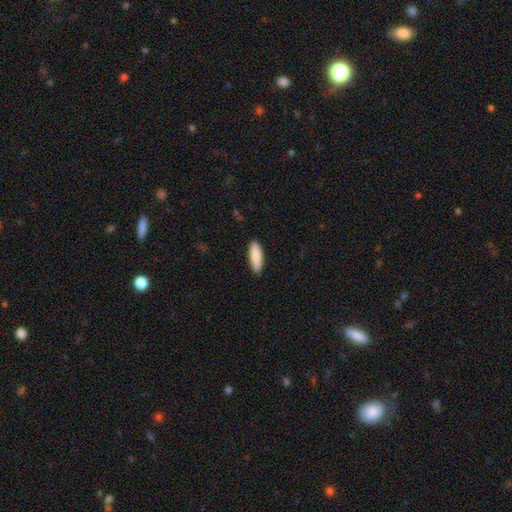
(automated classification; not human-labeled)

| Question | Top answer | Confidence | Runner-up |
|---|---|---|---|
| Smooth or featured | smooth | 88% | featured or disk (6%) |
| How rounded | in between | 55% | cigar-shaped (43%) |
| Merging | none | 88% | minor disturbance (9%) |